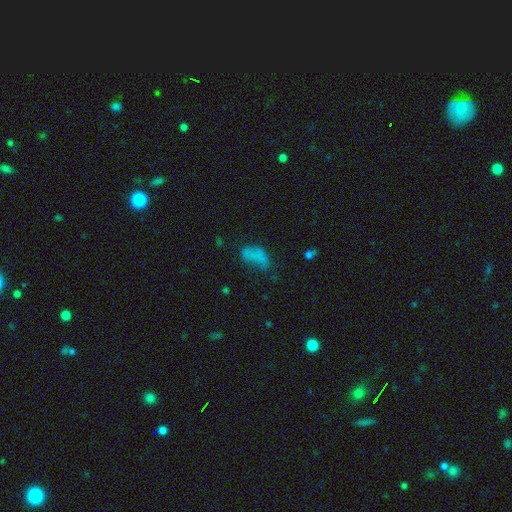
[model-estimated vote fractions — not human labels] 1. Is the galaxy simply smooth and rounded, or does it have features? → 61% smooth, 22% featured or disk, 17% star or artifact.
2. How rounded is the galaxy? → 88% in between, 7% round, 5% cigar-shaped.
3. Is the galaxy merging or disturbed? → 35% none, 32% major disturbance, 25% minor disturbance, 7% merger.